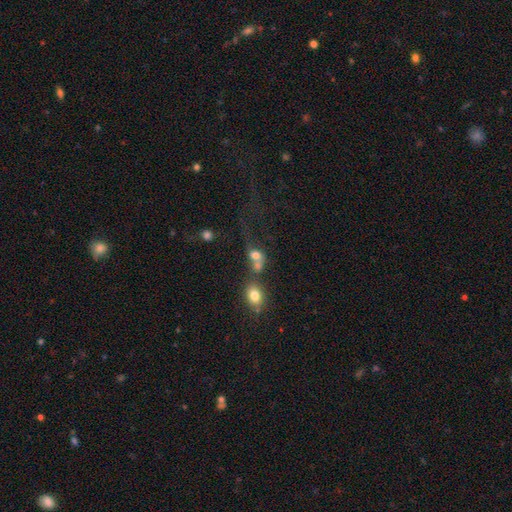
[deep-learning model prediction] Smooth or featured? Predicted: smooth (p=0.70). How rounded? Predicted: round (p=0.53). Merging? Predicted: merger (p=0.58).